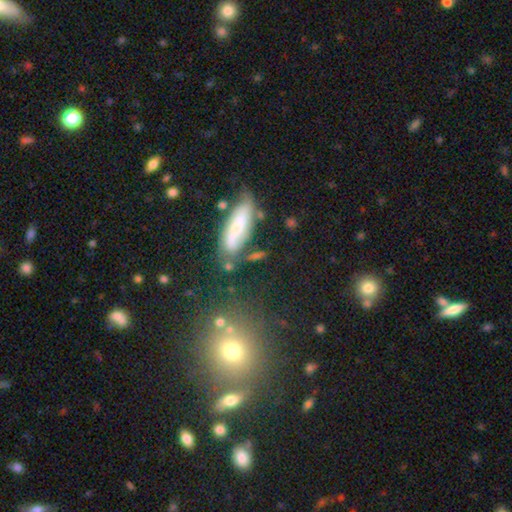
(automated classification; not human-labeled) Smooth or featured: smooth — 49% (featured or disk — 39%)
Merging: none — 62% (minor disturbance — 20%)